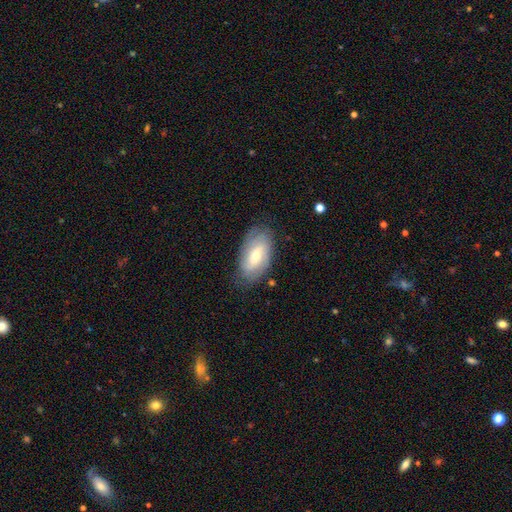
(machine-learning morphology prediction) Smooth or featured? Predicted: featured or disk (p=0.57). Edge-on disk? Predicted: no (p=0.92). Bar? Predicted: weak (p=0.46). Spiral arms? Predicted: yes (p=0.80). Bulge size? Predicted: small (p=0.50). Merging? Predicted: none (p=0.76).